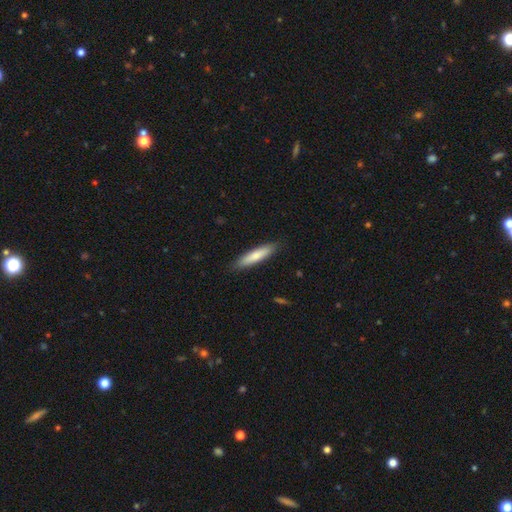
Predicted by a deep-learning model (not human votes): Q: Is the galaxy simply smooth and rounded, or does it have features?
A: smooth — 76%.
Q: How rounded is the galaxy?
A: cigar-shaped — 84%.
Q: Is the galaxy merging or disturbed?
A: none — 87%.